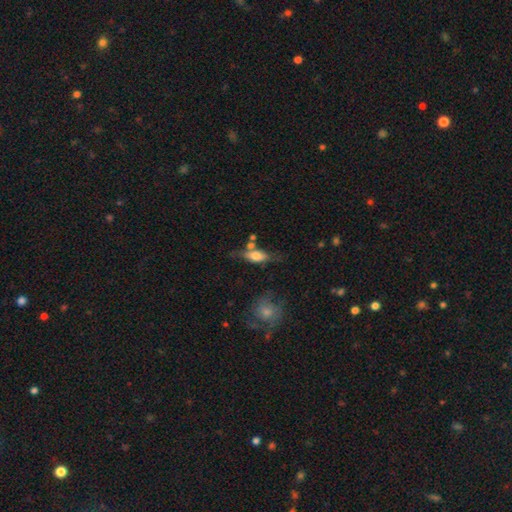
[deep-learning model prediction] Smooth or featured: smooth — 67% (featured or disk — 26%)
How rounded: in between — 75% (cigar-shaped — 20%)
Merging: none — 52% (minor disturbance — 23%)